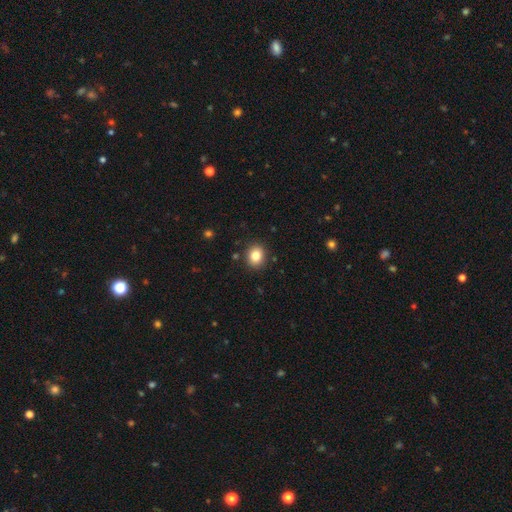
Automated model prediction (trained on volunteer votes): A smooth galaxy with no disk features (82%) that is round (67%). Merging: none (89%).